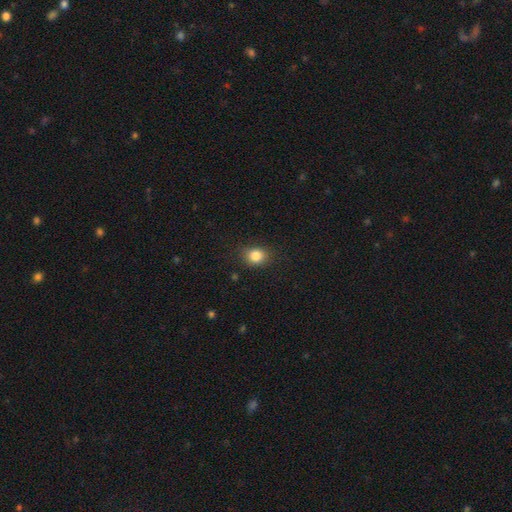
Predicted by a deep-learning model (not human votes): Smooth or featured?
  - smooth: 84% *
  - star or artifact: 11%
  - featured or disk: 5%
How rounded?
  - round: 65% *
  - in between: 34%
  - cigar-shaped: 1%
Merging?
  - none: 83% *
  - minor disturbance: 13%
  - major disturbance: 3%
  - merger: 1%